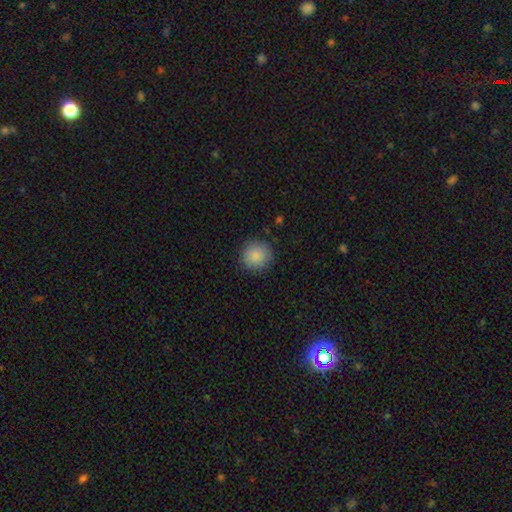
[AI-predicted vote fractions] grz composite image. It shows a smooth galaxy with no disk features (88%) that is round (93%). Merging: none (88%).